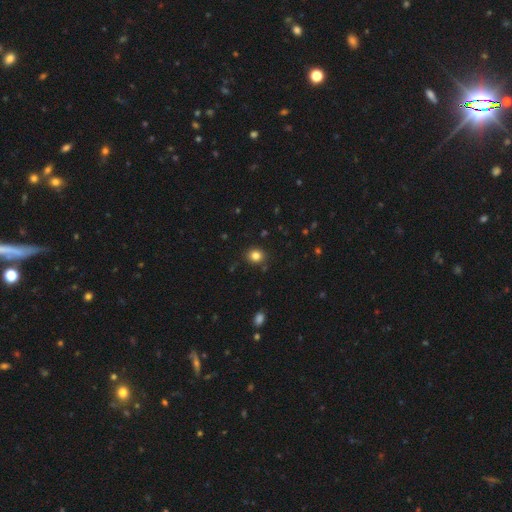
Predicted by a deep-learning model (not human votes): This appears to be a smooth galaxy with no disk features (82%) that is round (78%). Merging: none (87%).